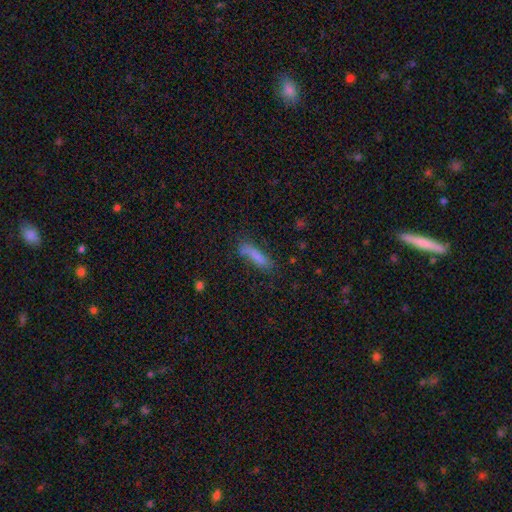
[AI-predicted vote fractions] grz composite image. It shows a smooth galaxy with no disk features (80%) that is cigar-shaped (79%). Merging: none (66%).